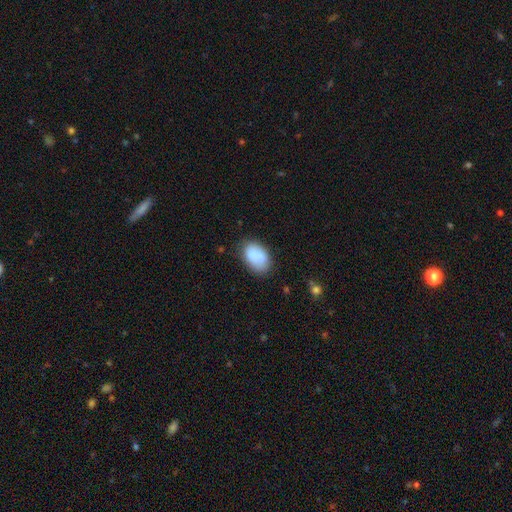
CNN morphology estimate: Smooth or featured? smooth (86%)
How rounded? in between (89%)
Merging? none (75%)